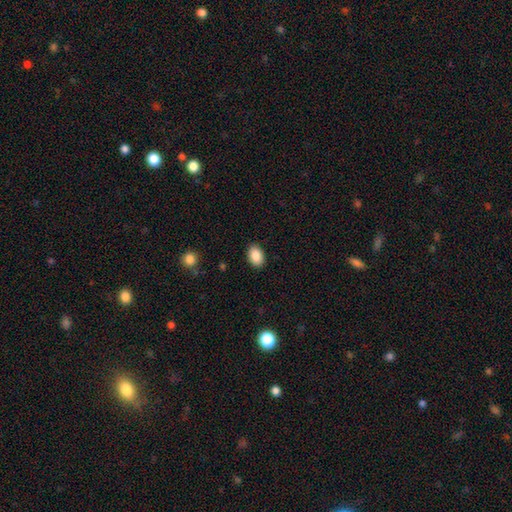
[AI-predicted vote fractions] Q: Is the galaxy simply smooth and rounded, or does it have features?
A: smooth — 88%.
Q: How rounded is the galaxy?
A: in between — 86%.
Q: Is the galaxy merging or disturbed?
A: none — 89%.